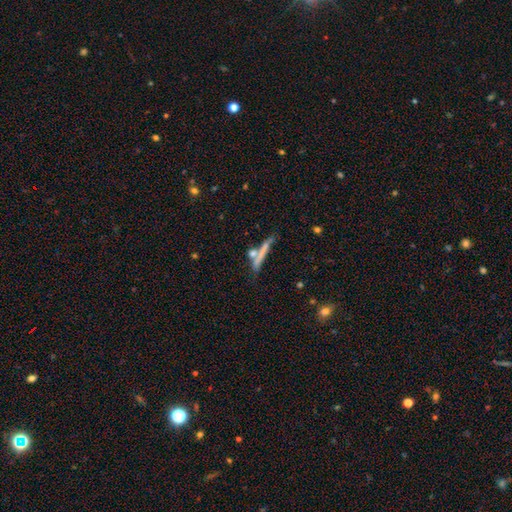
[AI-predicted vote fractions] smooth-or-featured: smooth: 59% | featured or disk: 32% | star or artifact: 10%
  how-rounded: cigar-shaped: 83% | in between: 9% | round: 8%
  merging: none: 57% | merger: 24% | minor disturbance: 12% | major disturbance: 6%